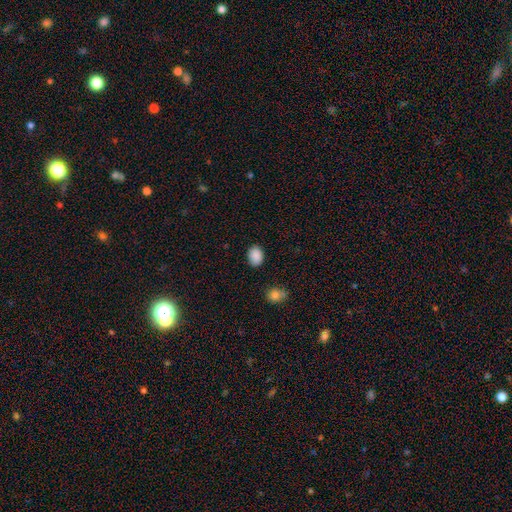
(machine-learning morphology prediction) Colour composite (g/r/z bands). It shows a smooth galaxy with no disk features (89%) that is in between round and cigar-shaped (70%). Merging: none (84%).